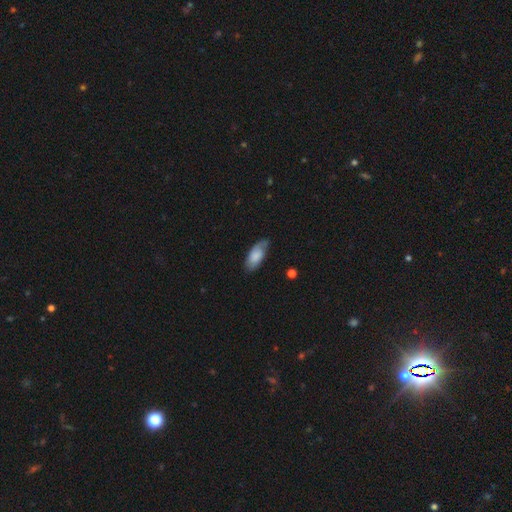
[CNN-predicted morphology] This appears to be a smooth galaxy with no disk features (71%) that is in between round and cigar-shaped (87%). Merging: none (66%).